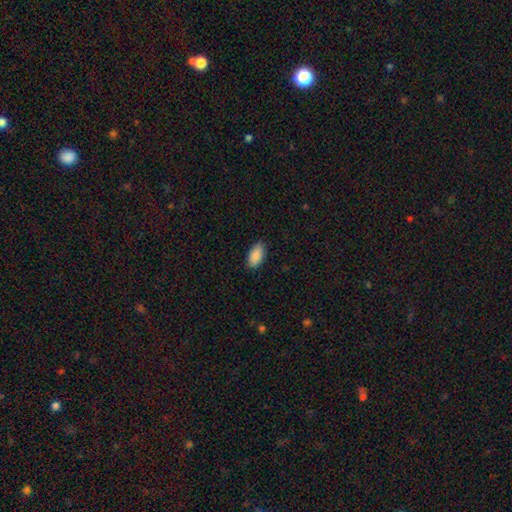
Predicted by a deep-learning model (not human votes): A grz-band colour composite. It shows a smooth galaxy with no disk features (90%) that is in between round and cigar-shaped (94%). Merging: none (87%).